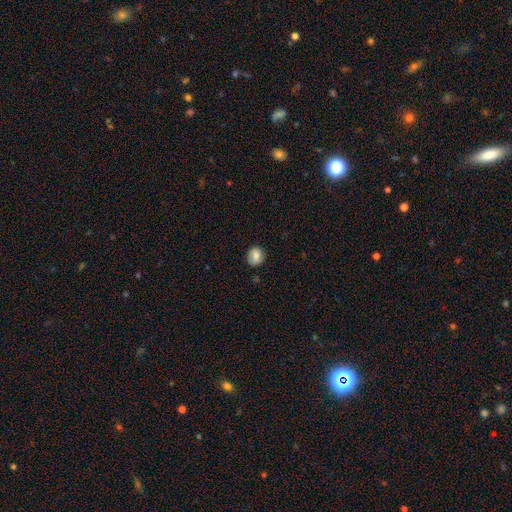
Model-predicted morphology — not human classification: Q: Smooth or featured?
A: smooth (83%); runner-up: featured or disk (9%)
Q: How rounded?
A: round (65%); runner-up: in between (34%)
Q: Merging?
A: none (81%); runner-up: minor disturbance (14%)